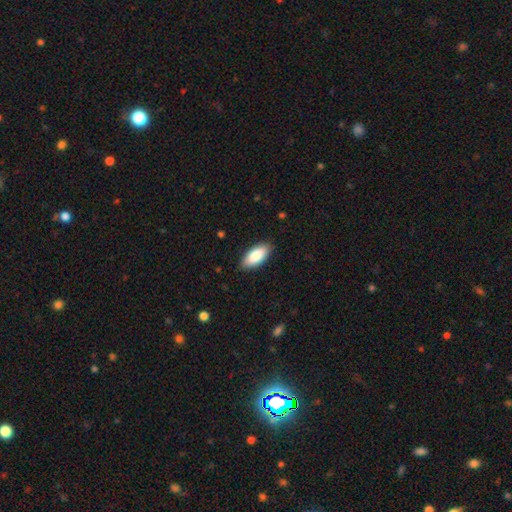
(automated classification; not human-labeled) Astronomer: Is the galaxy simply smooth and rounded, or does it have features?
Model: smooth — 87%.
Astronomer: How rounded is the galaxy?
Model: in between — 89%.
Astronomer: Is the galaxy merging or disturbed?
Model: none — 87%.